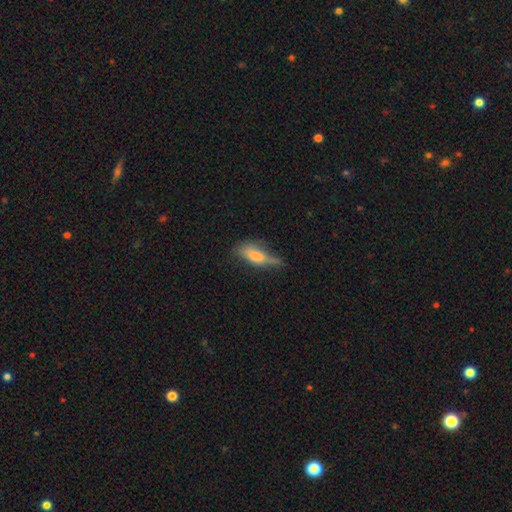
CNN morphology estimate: Smooth or featured?
  - smooth: 66% *
  - featured or disk: 26%
  - star or artifact: 8%
How rounded?
  - in between: 65% *
  - cigar-shaped: 32%
  - round: 3%
Merging?
  - minor disturbance: 39% *
  - none: 36%
  - major disturbance: 21%
  - merger: 4%